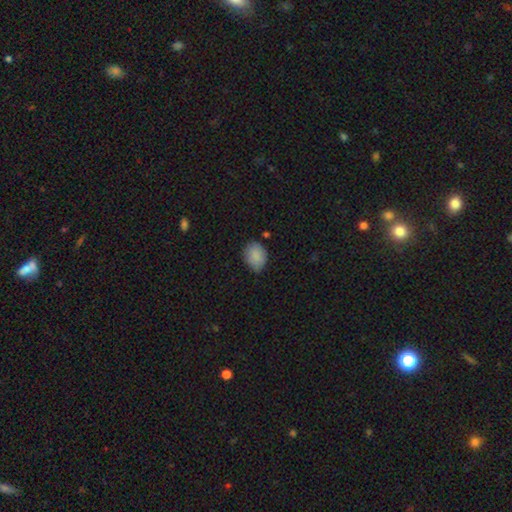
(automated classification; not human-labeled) smooth_or_featured: smooth (p=0.87) [alt: star or artifact p=0.07]
how_rounded: in between (p=0.61) [alt: round p=0.38]
merging: none (p=0.71) [alt: minor disturbance p=0.23]